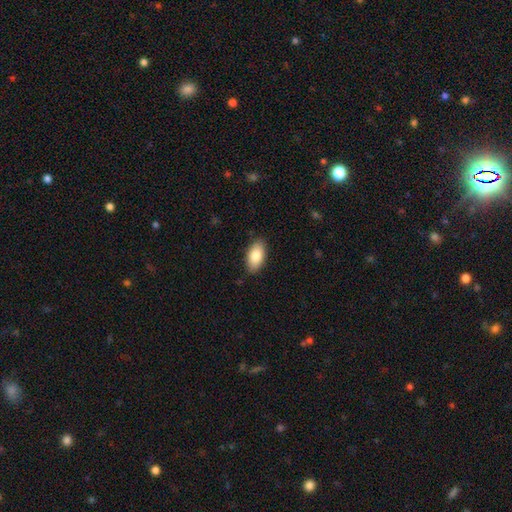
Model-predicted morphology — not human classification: Smooth or featured? Predicted: smooth (p=0.83). How rounded? Predicted: in between (p=0.94). Merging? Predicted: none (p=0.87).